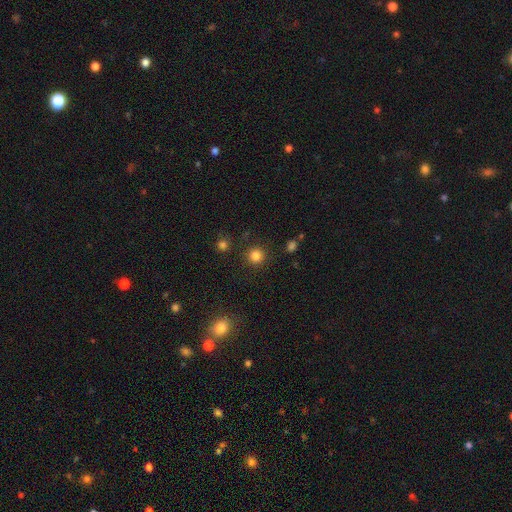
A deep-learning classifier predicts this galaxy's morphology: Smooth or featured: smooth — 82% (star or artifact — 14%)
How rounded: round — 94% (in between — 5%)
Merging: none — 90% (minor disturbance — 6%)